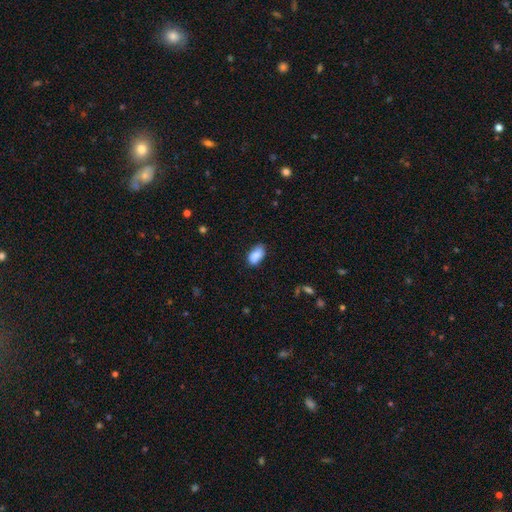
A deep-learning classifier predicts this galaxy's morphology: Q: Smooth or featured?
A: smooth (83%); runner-up: featured or disk (9%)
Q: How rounded?
A: in between (91%); runner-up: round (5%)
Q: Merging?
A: none (66%); runner-up: minor disturbance (23%)